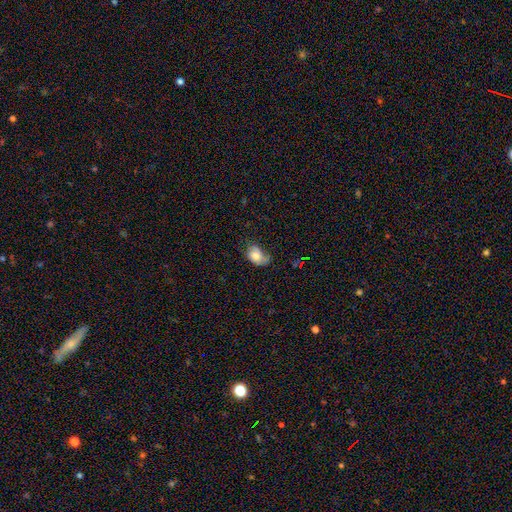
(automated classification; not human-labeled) Smooth or featured? smooth (72%)
How rounded? in between (81%)
Merging? minor disturbance (39%)